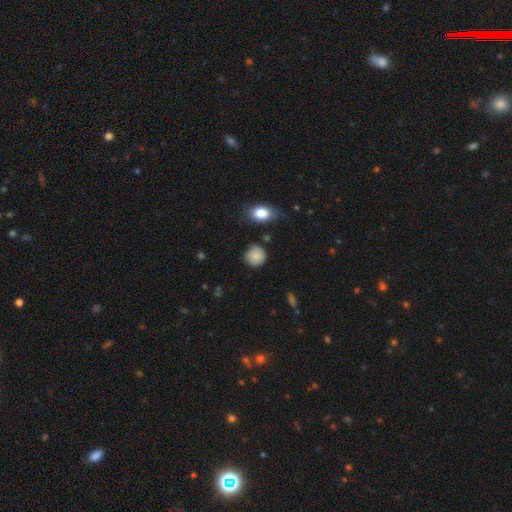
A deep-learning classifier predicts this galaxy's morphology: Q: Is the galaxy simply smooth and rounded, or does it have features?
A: smooth — 86%.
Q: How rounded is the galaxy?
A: round — 89%.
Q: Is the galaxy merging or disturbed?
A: none — 78%.